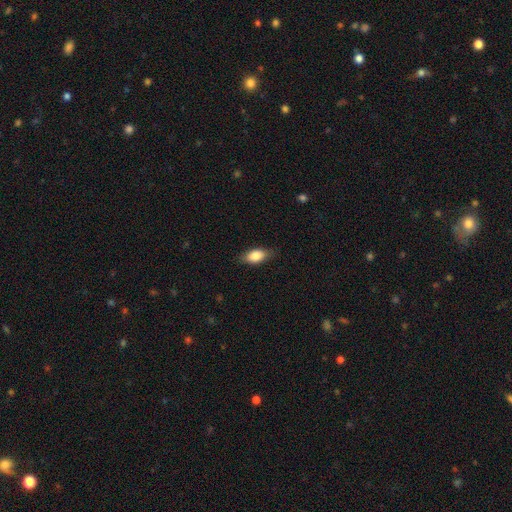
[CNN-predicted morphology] A smooth galaxy with no disk features (83%) that is in between round and cigar-shaped (87%). Merging: none (82%).